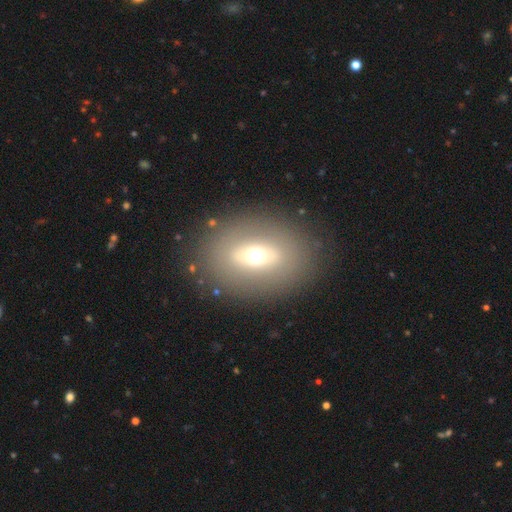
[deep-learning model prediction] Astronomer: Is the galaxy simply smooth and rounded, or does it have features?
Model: smooth — 48% (runner-up: featured or disk, 41%).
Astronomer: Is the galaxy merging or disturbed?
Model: none — 84%.